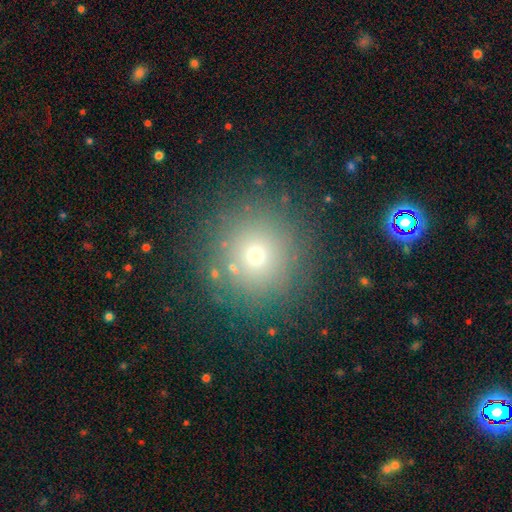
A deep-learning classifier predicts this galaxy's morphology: type=smooth (65%); roundness=round (92%); merging=none (83%).